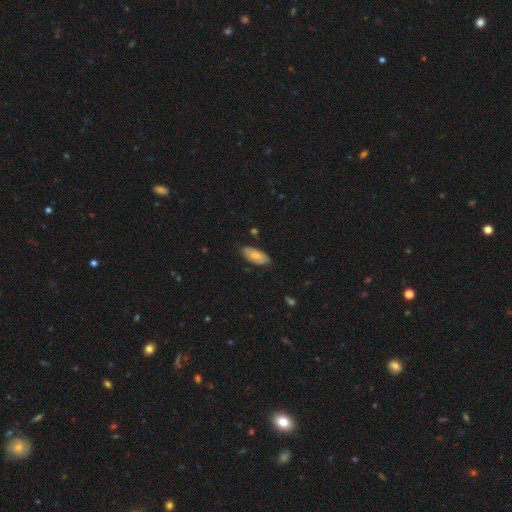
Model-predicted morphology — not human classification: smooth-or-featured: smooth: 71% | featured or disk: 22% | star or artifact: 6%
  how-rounded: in between: 89% | cigar-shaped: 9% | round: 2%
  merging: none: 80% | minor disturbance: 16% | major disturbance: 3% | merger: 1%